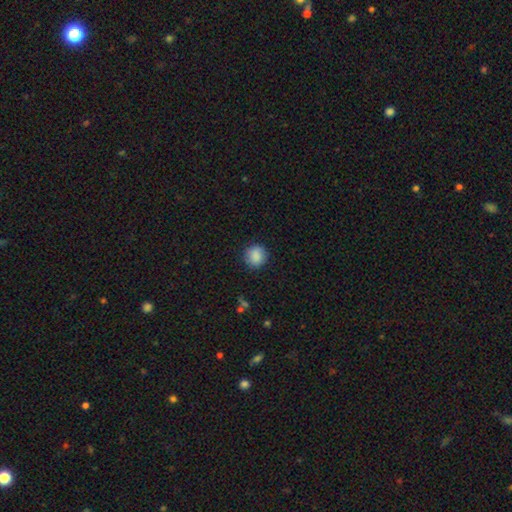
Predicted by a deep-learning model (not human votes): smooth-or-featured: smooth: 88% | star or artifact: 8% | featured or disk: 4%
  how-rounded: round: 89% | in between: 10% | cigar-shaped: 1%
  merging: none: 87% | minor disturbance: 9% | major disturbance: 3% | merger: 1%